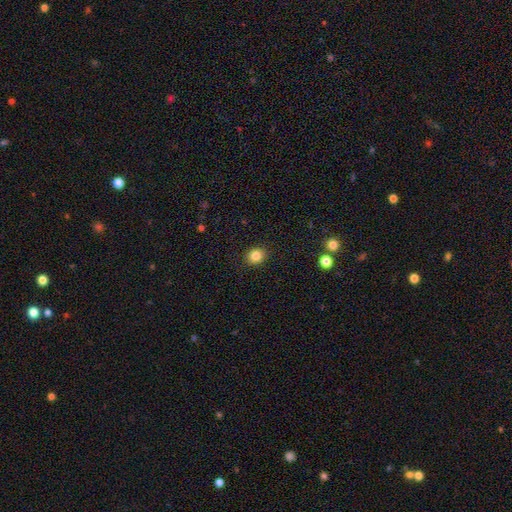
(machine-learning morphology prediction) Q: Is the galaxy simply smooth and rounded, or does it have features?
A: smooth — 84%.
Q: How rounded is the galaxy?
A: round — 74%.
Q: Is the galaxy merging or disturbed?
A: none — 90%.